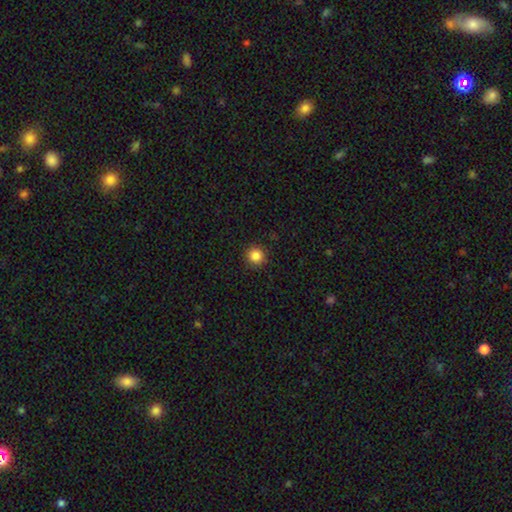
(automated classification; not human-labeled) A smooth galaxy with no disk features (86%) that is round (95%). Merging: none (92%).